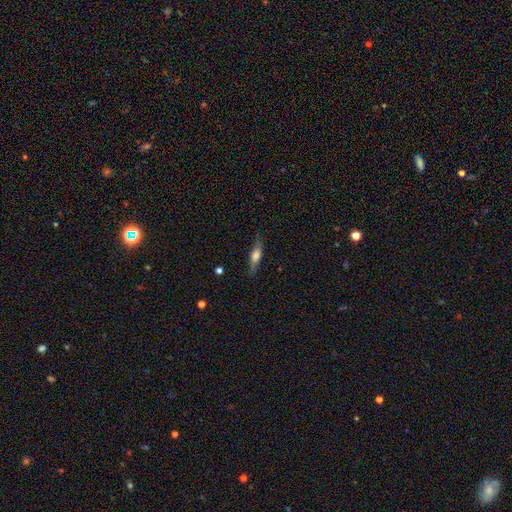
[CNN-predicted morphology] The model was most divided on "smooth or featured": featured or disk: 47%, smooth: 46%, star or artifact: 7%. More confident: merging — none (82%).